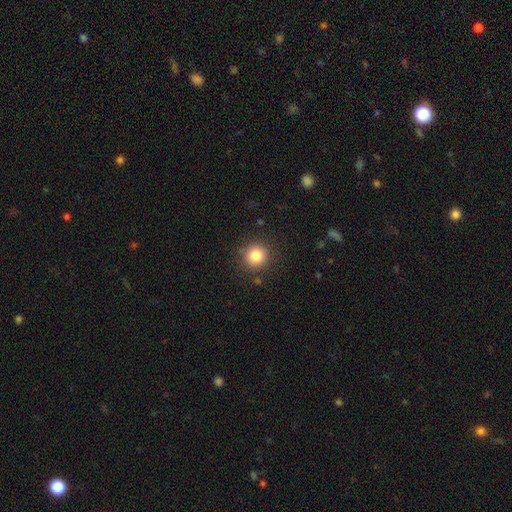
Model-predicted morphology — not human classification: The model was most divided on "smooth or featured": smooth: 83%, star or artifact: 11%, featured or disk: 6%. More confident: how rounded — round (93%); merging — none (88%).